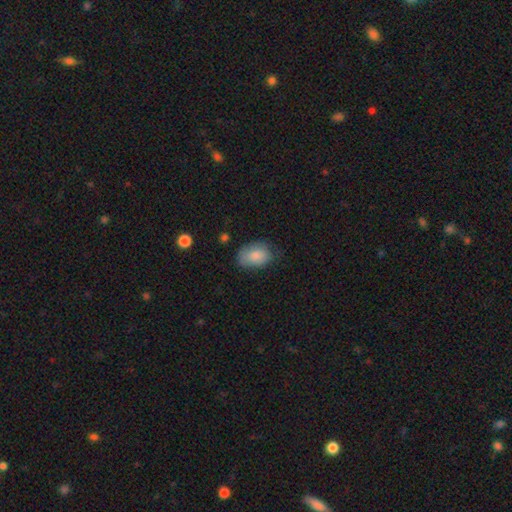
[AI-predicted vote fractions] smooth_or_featured: smooth (p=0.83) [alt: featured or disk p=0.10]
how_rounded: in between (p=0.86) [alt: round p=0.13]
merging: none (p=0.61) [alt: minor disturbance p=0.29]